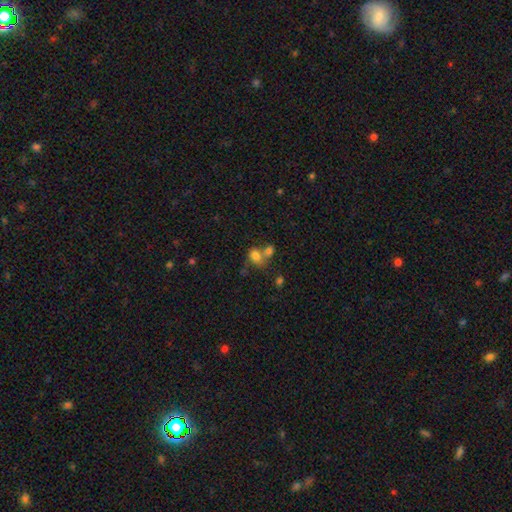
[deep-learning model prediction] smooth 76%, featured or disk 12%, star or artifact 12%. Down the decision tree: how rounded — in between (56%); merging — merger (54%).